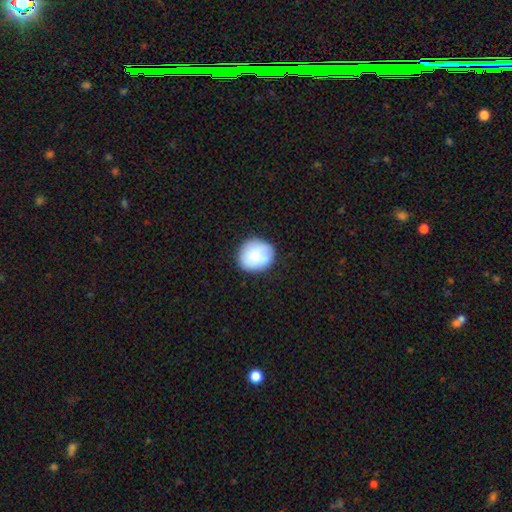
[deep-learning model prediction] Smooth or featured?
  - smooth: 81% *
  - featured or disk: 12%
  - star or artifact: 7%
How rounded?
  - round: 78% *
  - in between: 21%
  - cigar-shaped: 1%
Merging?
  - none: 80% *
  - minor disturbance: 14%
  - major disturbance: 4%
  - merger: 2%